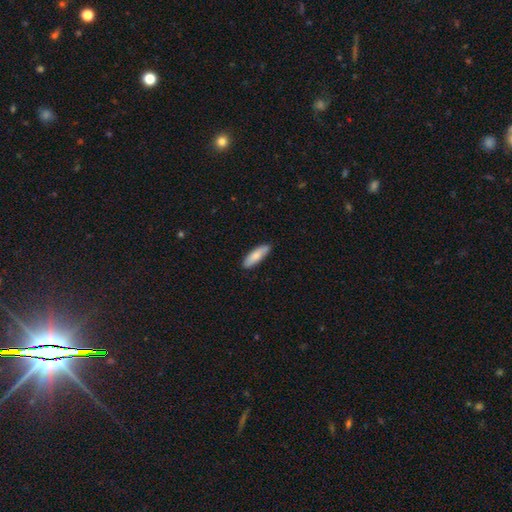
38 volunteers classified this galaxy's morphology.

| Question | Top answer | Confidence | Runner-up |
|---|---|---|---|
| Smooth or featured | smooth | 66% | featured or disk (26%) |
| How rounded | cigar-shaped | 60% | in between (40%) |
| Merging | none | 89% | minor disturbance (11%) |